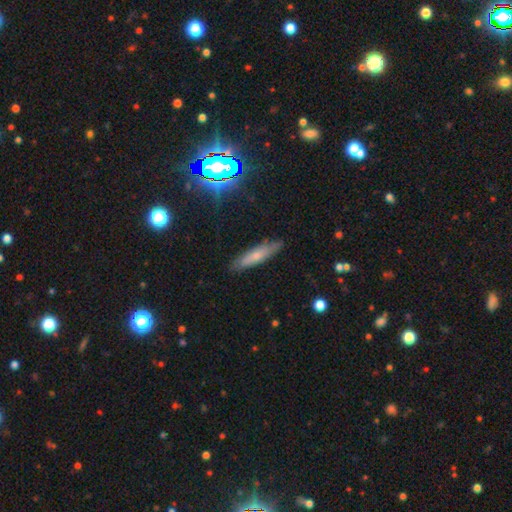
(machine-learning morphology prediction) A smooth galaxy with no disk features (60%) that is cigar-shaped (79%). Merging: none (83%).